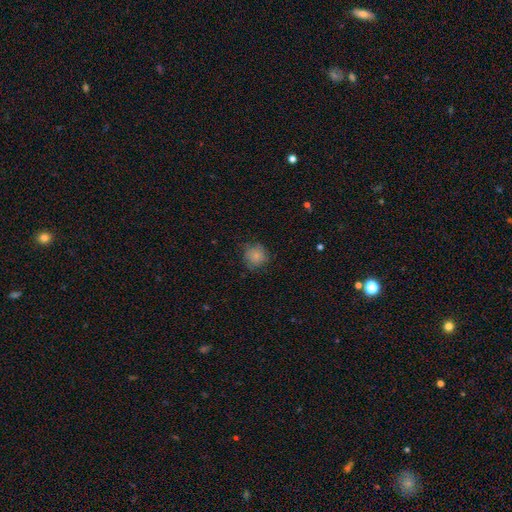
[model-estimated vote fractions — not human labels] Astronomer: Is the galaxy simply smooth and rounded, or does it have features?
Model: smooth — 79%.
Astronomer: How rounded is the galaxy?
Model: round — 90%.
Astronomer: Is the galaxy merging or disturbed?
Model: none — 70%.